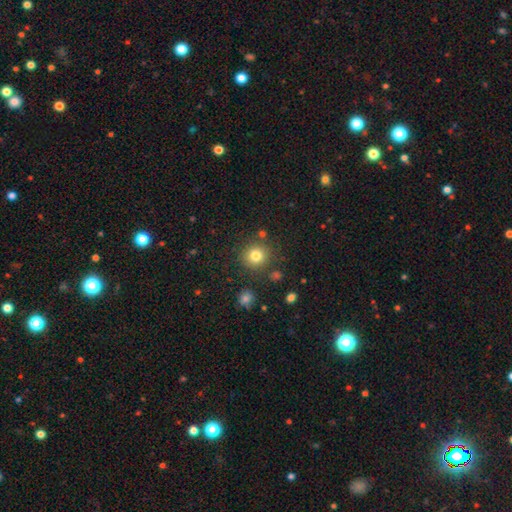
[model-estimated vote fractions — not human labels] This is clearly a smooth galaxy (81%). How rounded: clearly round (90%). Merging: clearly none (83%).